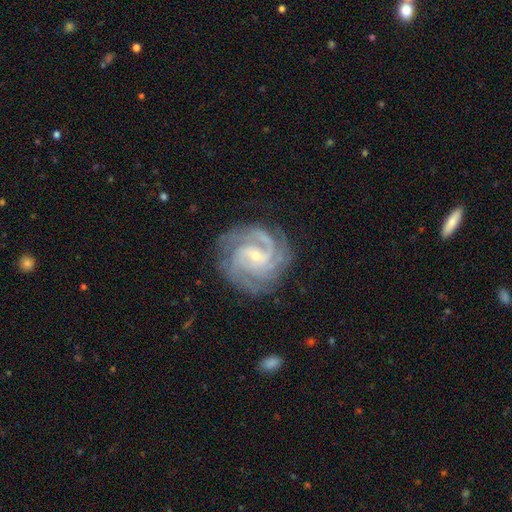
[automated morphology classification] Smooth or featured? featured or disk (91%)
Edge-on disk? no (98%)
Bar? no (44%)
Spiral arms? yes (98%)
Spiral winding? tight (61%)
Spiral arm count? 3 (37%)
Bulge size? small (75%)
Merging? none (79%)